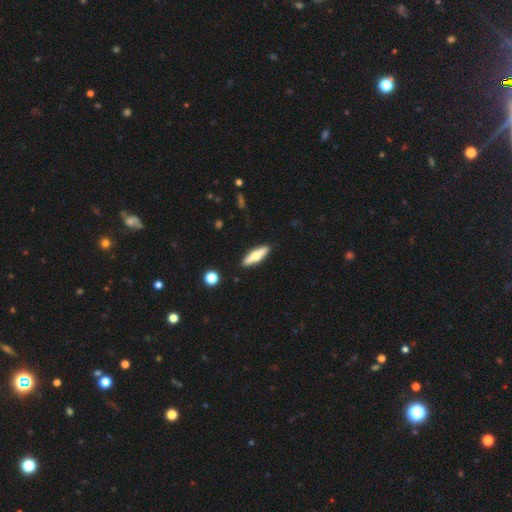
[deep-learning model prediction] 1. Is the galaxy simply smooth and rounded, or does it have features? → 53% smooth, 42% featured or disk, 6% star or artifact.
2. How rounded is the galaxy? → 62% cigar-shaped, 36% in between, 2% round.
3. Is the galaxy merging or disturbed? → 89% none, 8% minor disturbance, 2% major disturbance, 2% merger.